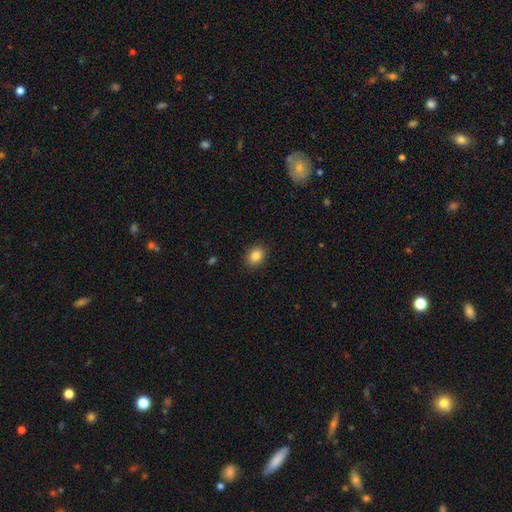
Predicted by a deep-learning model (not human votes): smooth_or_featured: smooth (p=0.85) [alt: star or artifact p=0.09]
how_rounded: in between (p=0.56) [alt: round p=0.43]
merging: none (p=0.89) [alt: minor disturbance p=0.08]